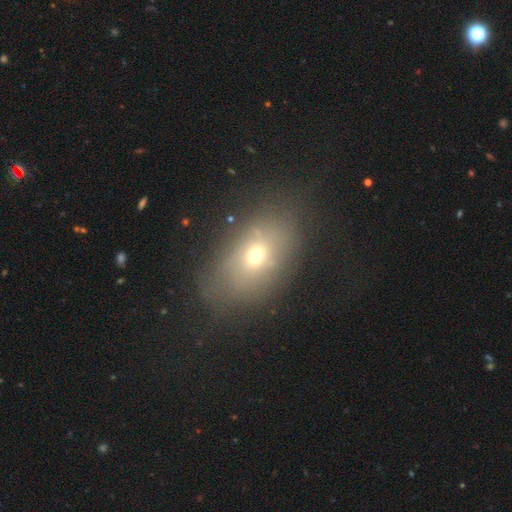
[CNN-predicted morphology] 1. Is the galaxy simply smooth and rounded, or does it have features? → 62% smooth, 22% featured or disk, 16% star or artifact.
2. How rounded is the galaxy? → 79% in between, 18% round, 2% cigar-shaped.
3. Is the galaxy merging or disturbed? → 73% none, 16% minor disturbance, 9% major disturbance, 2% merger.